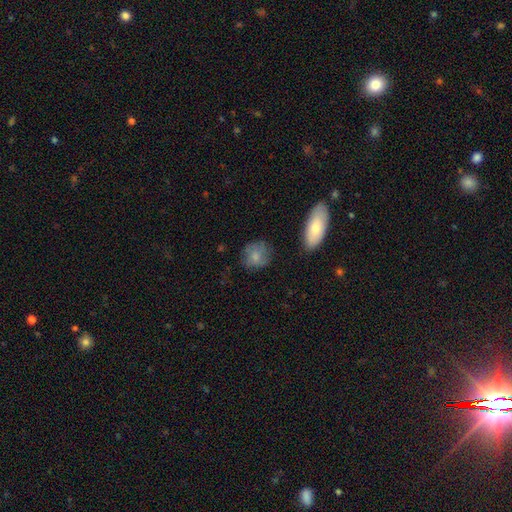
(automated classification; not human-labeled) Smooth or featured? smooth (76%)
How rounded? round (73%)
Merging? none (68%)